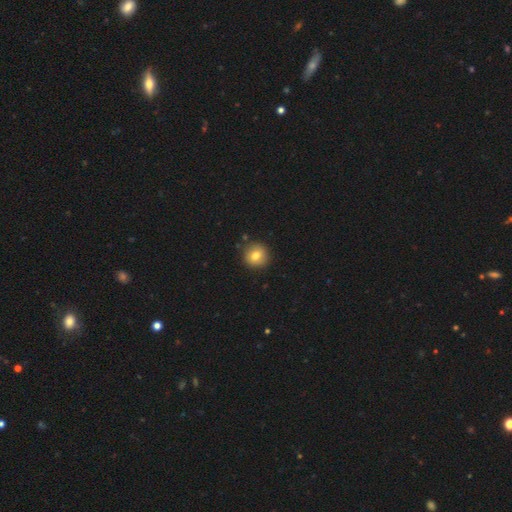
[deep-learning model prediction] Smooth or featured? Predicted: smooth (p=0.79). How rounded? Predicted: round (p=0.92). Merging? Predicted: none (p=0.89).